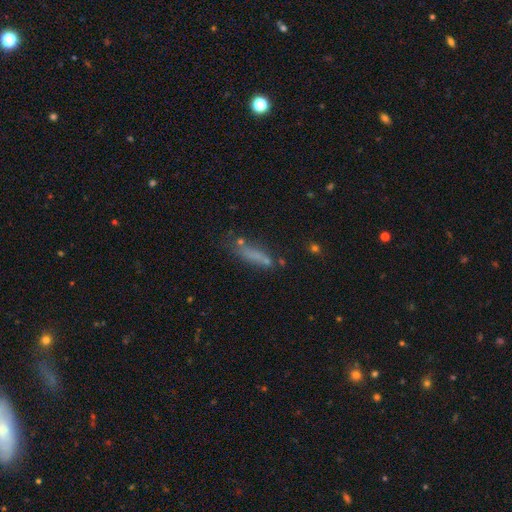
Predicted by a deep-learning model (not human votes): smooth 61%, featured or disk 23%, star or artifact 16%. Down the decision tree: how rounded — cigar-shaped (70%); merging — none (54%).